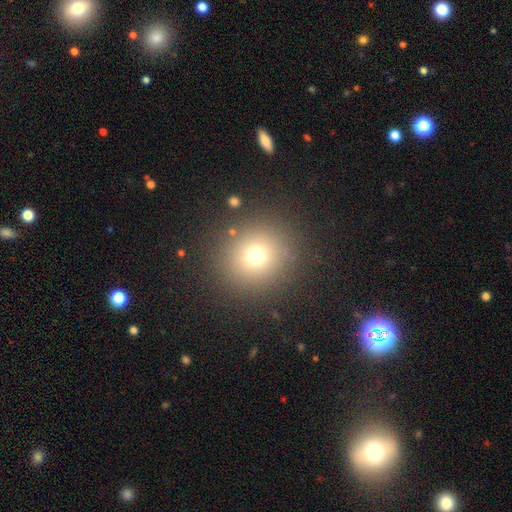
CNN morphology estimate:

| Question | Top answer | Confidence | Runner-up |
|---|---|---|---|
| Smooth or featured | smooth | 71% | star or artifact (19%) |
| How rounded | round | 90% | in between (9%) |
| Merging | none | 86% | minor disturbance (7%) |